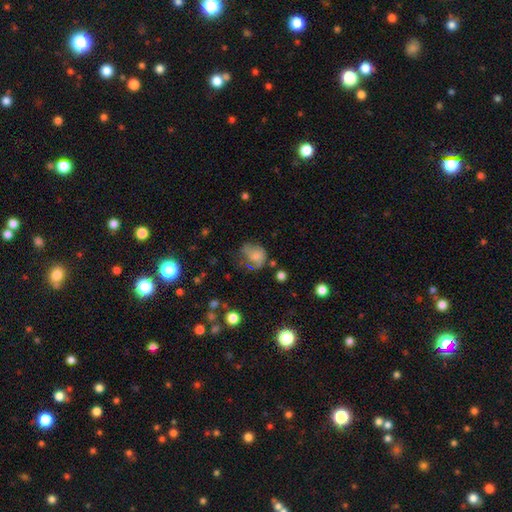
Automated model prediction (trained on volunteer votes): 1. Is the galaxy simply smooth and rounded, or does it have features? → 60% smooth, 28% featured or disk, 12% star or artifact.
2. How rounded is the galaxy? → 49% round (tied), 49% in between (tied), 1% cigar-shaped.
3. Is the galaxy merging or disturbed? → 33% major disturbance, 31% none, 30% minor disturbance, 5% merger.